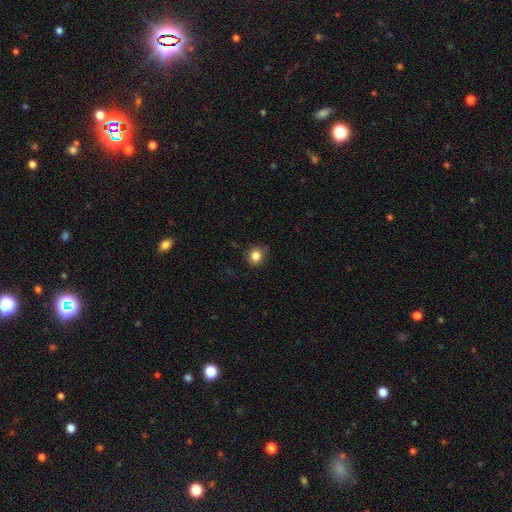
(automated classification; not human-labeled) A smooth galaxy with no disk features (84%) that is round (82%).

Vote fractions:
- Smooth or featured? smooth: 84% / star or artifact: 11% / featured or disk: 6%
- How rounded? round: 82% / in between: 17% / cigar-shaped: 1%
- Merging? none: 77% / minor disturbance: 18% / major disturbance: 4% / merger: 1%